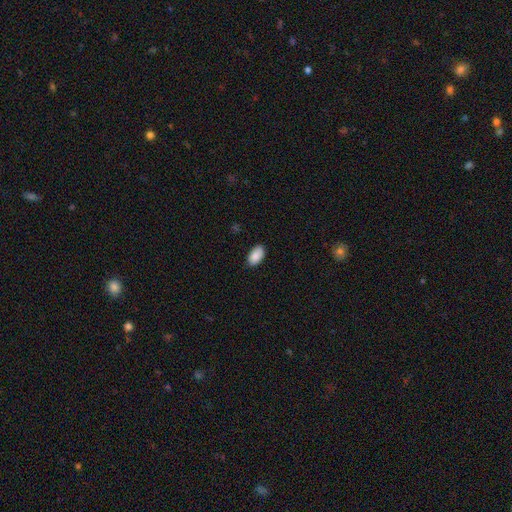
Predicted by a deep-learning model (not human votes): Smooth or featured?
  - smooth: 89% *
  - star or artifact: 7%
  - featured or disk: 5%
How rounded?
  - in between: 95% *
  - round: 4%
  - cigar-shaped: 2%
Merging?
  - none: 84% *
  - minor disturbance: 13%
  - major disturbance: 2%
  - merger: 1%